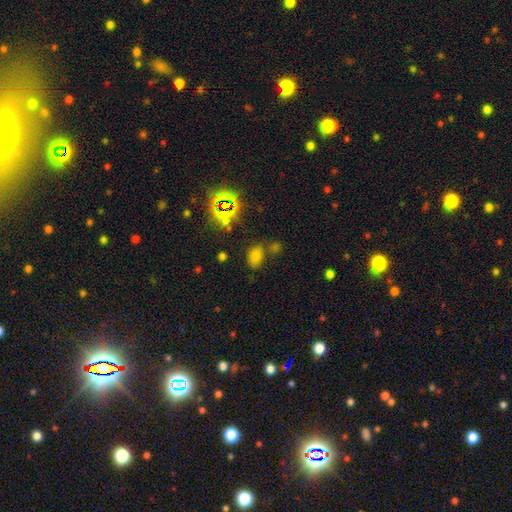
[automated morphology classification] A smooth galaxy with no disk features (63%) that is in between round and cigar-shaped (81%). Merging: none (68%).